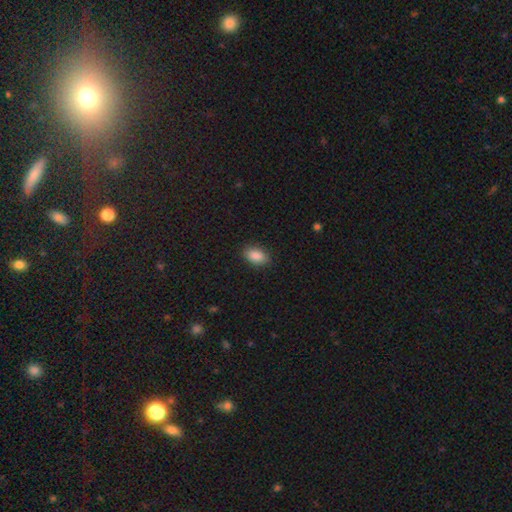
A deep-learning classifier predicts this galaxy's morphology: Overall: smooth (89%). How rounded: in between (91%). Merging: none (88%).